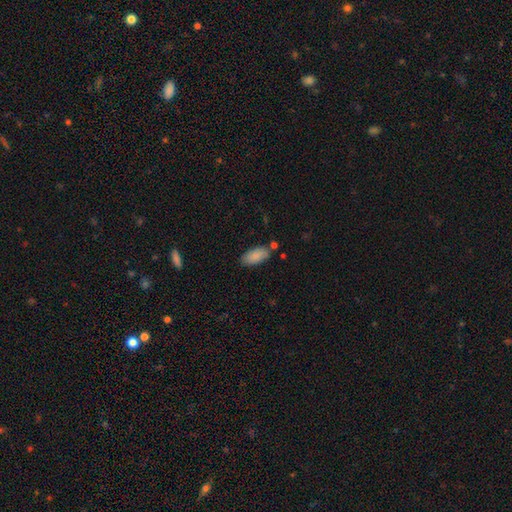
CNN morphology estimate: smooth-or-featured: smooth: 87% | star or artifact: 7% | featured or disk: 7%
  how-rounded: in between: 90% | cigar-shaped: 8% | round: 2%
  merging: none: 76% | minor disturbance: 15% | merger: 6% | major disturbance: 3%